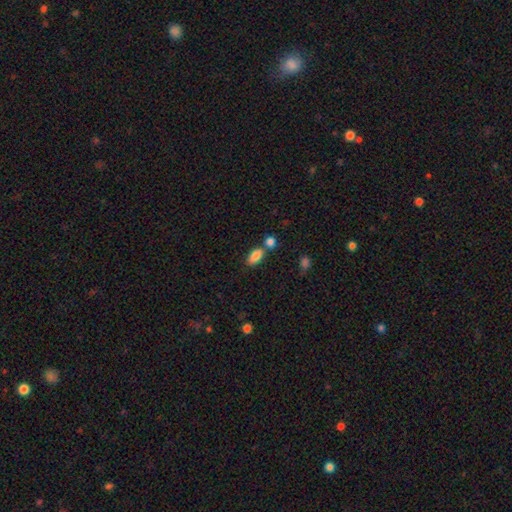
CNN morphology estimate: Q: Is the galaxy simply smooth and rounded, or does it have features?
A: smooth — 84%.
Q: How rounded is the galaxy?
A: in between — 89%.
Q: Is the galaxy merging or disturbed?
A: none — 57%.